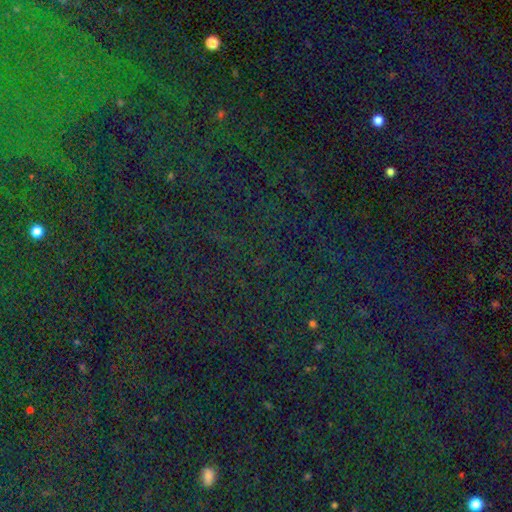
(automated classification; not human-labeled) star or artifact 81%, smooth 12%, featured or disk 7%.